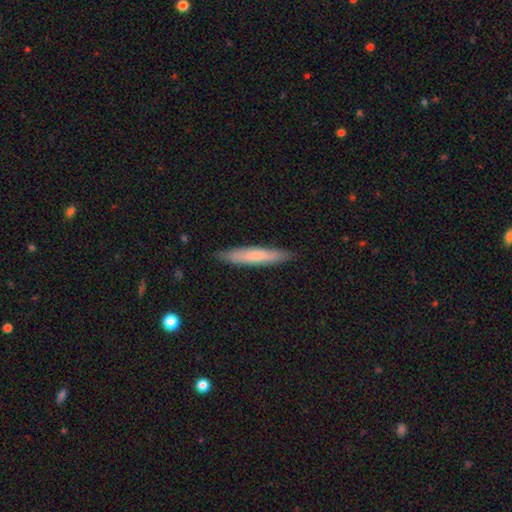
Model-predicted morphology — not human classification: A smooth galaxy with no disk features (66%) that is cigar-shaped (91%). Merging: none (88%).